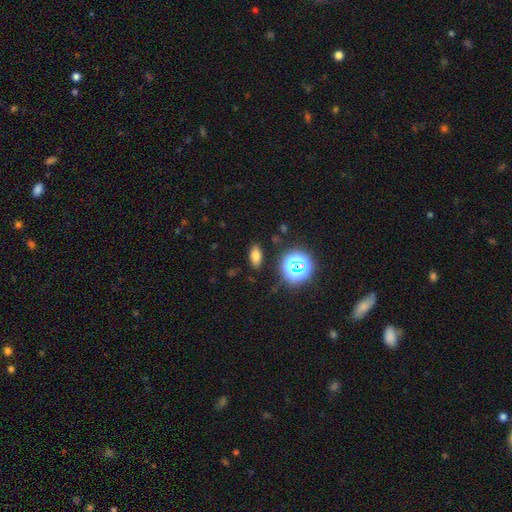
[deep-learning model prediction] The model was most divided on "smooth or featured": smooth: 70%, star or artifact: 21%, featured or disk: 10%. More confident: merging — none (86%); how rounded — in between (83%).